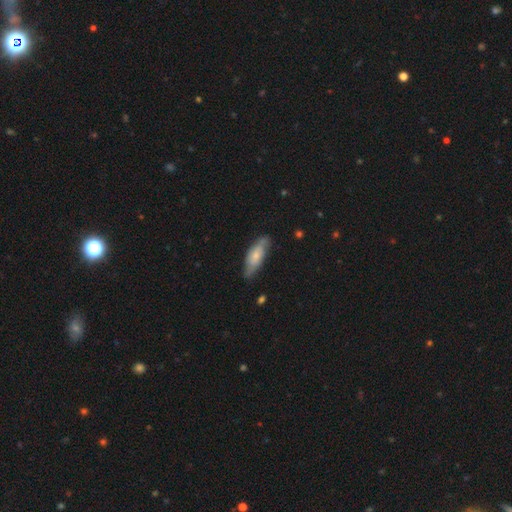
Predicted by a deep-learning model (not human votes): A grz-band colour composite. It shows a smooth galaxy with no disk features (48%). Merging: none (71%).